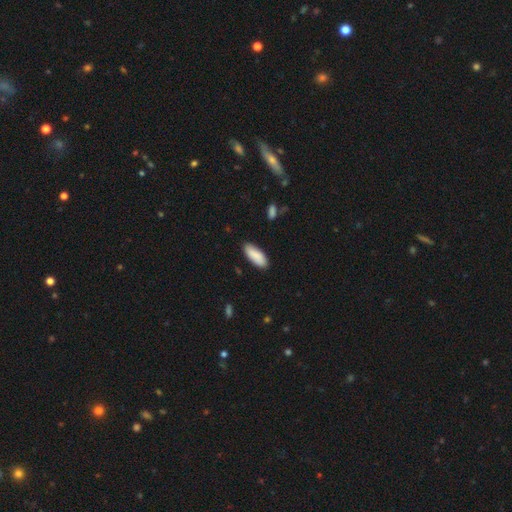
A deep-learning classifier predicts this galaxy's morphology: Smooth or featured? smooth (89%)
How rounded? in between (77%)
Merging? none (87%)